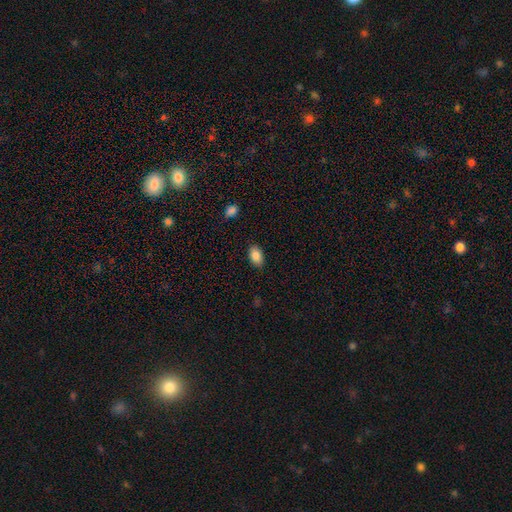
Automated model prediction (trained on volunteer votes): A smooth galaxy with no disk features (86%) that is in between round and cigar-shaped (91%). Merging: none (87%).